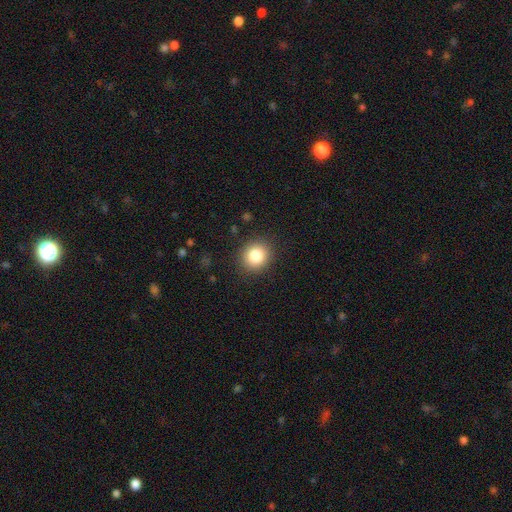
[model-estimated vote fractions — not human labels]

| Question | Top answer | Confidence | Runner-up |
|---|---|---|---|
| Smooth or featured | smooth | 83% | star or artifact (10%) |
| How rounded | round | 85% | in between (14%) |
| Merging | none | 89% | minor disturbance (7%) |